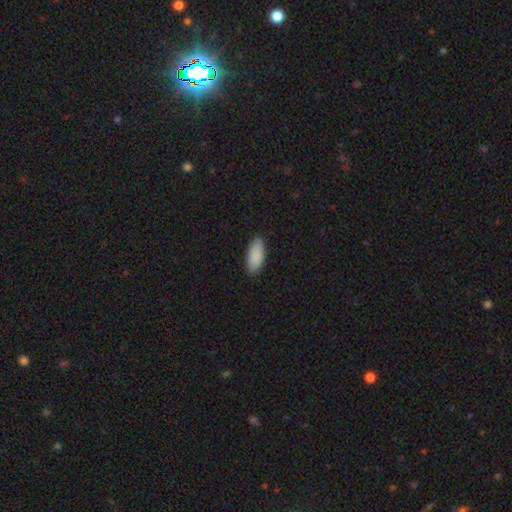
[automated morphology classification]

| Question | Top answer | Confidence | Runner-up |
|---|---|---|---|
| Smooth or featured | smooth | 89% | star or artifact (6%) |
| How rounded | in between | 88% | cigar-shaped (10%) |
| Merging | none | 83% | minor disturbance (13%) |